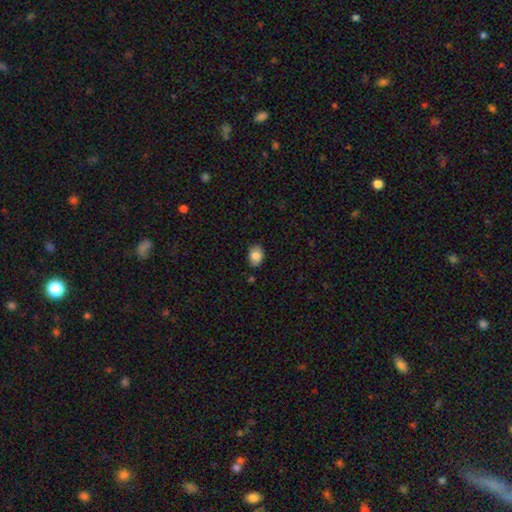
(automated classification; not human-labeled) Q: Smooth or featured?
A: smooth (84%); runner-up: featured or disk (8%)
Q: How rounded?
A: in between (77%); runner-up: round (22%)
Q: Merging?
A: none (80%); runner-up: minor disturbance (15%)